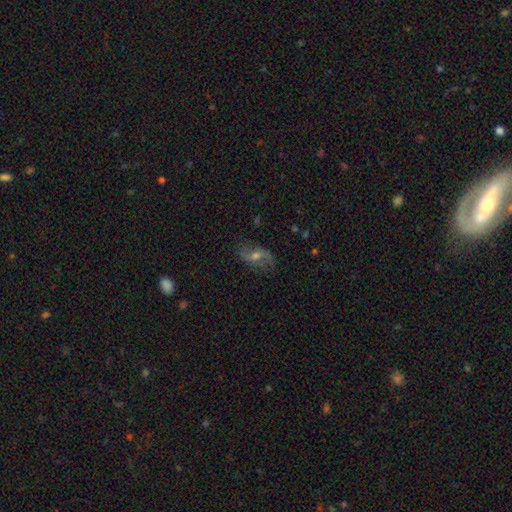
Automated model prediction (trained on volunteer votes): smooth_or_featured: featured or disk (p=0.68) [alt: smooth p=0.20]
disk_edge_on: no (p=0.92) [alt: yes p=0.08]
bar: no (p=0.43) [alt: weak p=0.39]
has_spiral_arms: yes (p=0.88) [alt: no p=0.12]
spiral_winding: loose (p=0.69) [alt: medium p=0.23]
spiral_arm_count: 2 (p=0.89) [alt: can't tell p=0.05]
bulge_size: moderate (p=0.60) [alt: small p=0.32]
merging: none (p=0.77) [alt: minor disturbance p=0.15]